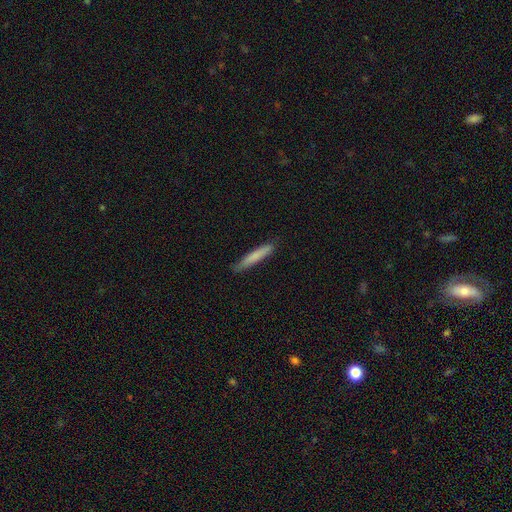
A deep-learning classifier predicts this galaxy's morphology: Smooth or featured? smooth (77%)
How rounded? cigar-shaped (94%)
Merging? none (85%)